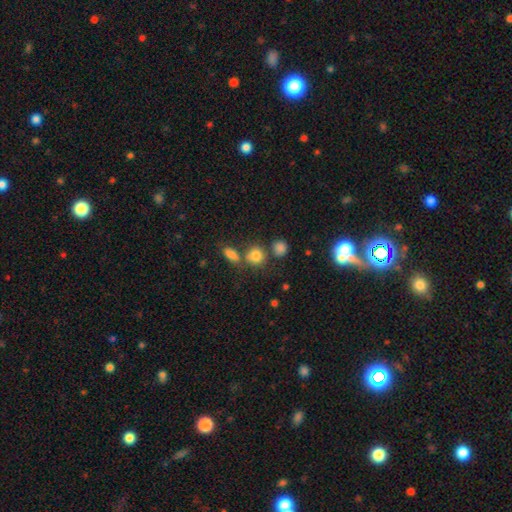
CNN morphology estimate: smooth-or-featured: smooth: 81% | star or artifact: 12% | featured or disk: 7%
  how-rounded: round: 77% | in between: 21% | cigar-shaped: 2%
  merging: none: 62% | merger: 21% | minor disturbance: 12% | major disturbance: 5%